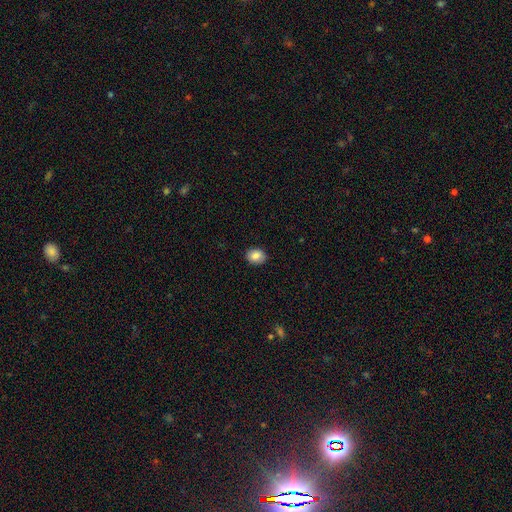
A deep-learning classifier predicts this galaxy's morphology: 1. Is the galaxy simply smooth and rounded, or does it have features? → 86% smooth, 8% star or artifact, 6% featured or disk.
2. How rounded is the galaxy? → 52% in between, 47% round, 1% cigar-shaped.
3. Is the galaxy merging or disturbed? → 89% none, 8% minor disturbance, 2% major disturbance, 1% merger.